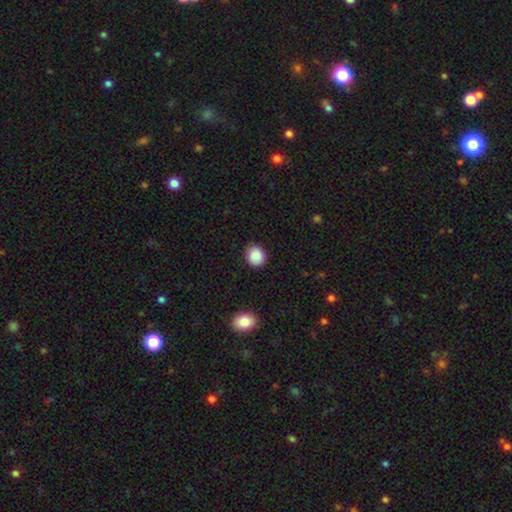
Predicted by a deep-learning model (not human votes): Smooth or featured? smooth (87%)
How rounded? round (69%)
Merging? none (86%)